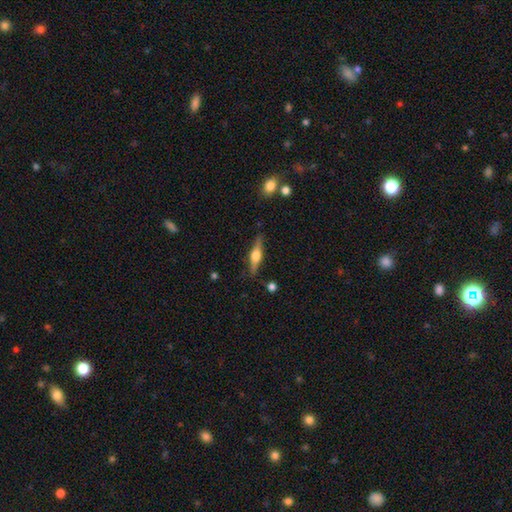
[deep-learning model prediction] Smooth or featured?
  - featured or disk: 66% *
  - smooth: 28%
  - star or artifact: 6%
Edge-on disk?
  - yes: 96% *
  - no: 4%
Edge-on bulge?
  - rounded: 93% *
  - boxy: 6%
  - none: 2%
Merging?
  - none: 85% *
  - minor disturbance: 11%
  - major disturbance: 2%
  - merger: 2%